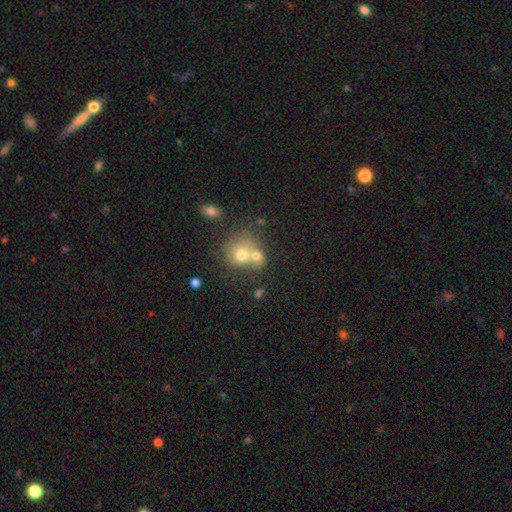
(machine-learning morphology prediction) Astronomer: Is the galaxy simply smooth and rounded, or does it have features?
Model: smooth — 68%.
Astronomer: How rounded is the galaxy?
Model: round — 66%.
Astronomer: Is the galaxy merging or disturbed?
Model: merger — 64%.